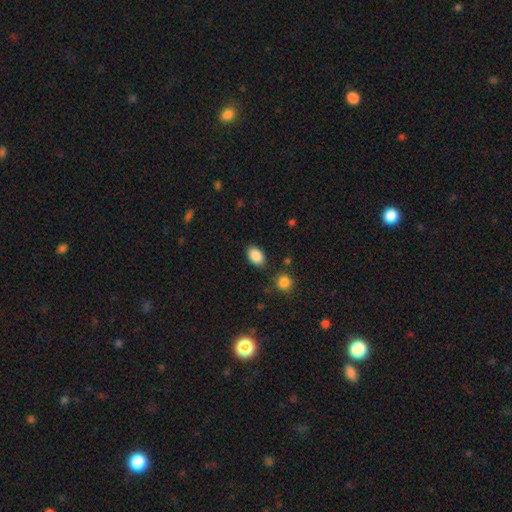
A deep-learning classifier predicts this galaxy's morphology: Smooth or featured? smooth (88%)
How rounded? in between (90%)
Merging? none (84%)